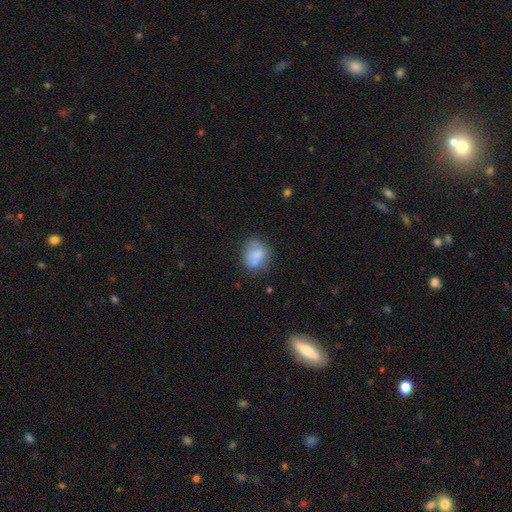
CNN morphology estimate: Smooth or featured? smooth (72%)
How rounded? round (53%)
Merging? none (57%)